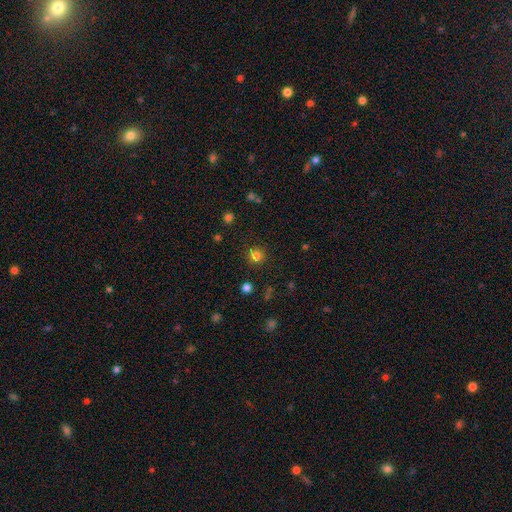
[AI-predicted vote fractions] smooth 80%, star or artifact 16%, featured or disk 5%. Down the decision tree: how rounded — round (93%); merging — none (87%).